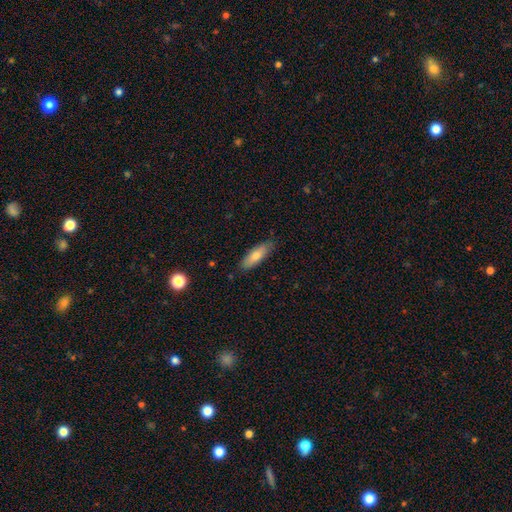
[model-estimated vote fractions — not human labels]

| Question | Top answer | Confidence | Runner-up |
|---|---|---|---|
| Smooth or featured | smooth | 73% | featured or disk (20%) |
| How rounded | in between | 50% | cigar-shaped (48%) |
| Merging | none | 84% | minor disturbance (12%) |